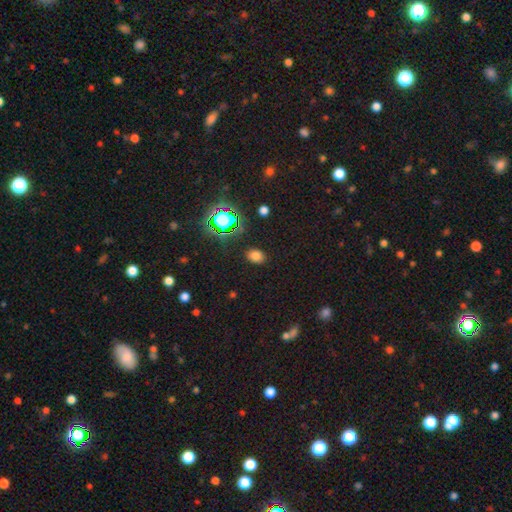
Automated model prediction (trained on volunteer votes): Overall: smooth (73%). How rounded: in between (66%; round 33%). Merging: none (87%).